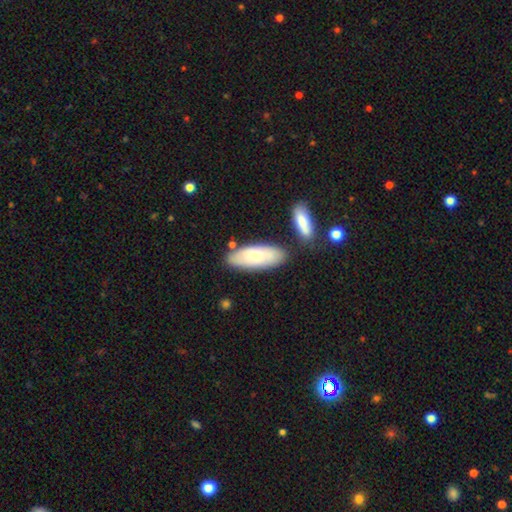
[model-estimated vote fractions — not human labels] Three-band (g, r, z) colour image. It shows a smooth galaxy with no disk features (70%) that is in between round and cigar-shaped (70%). Merging: none (74%).